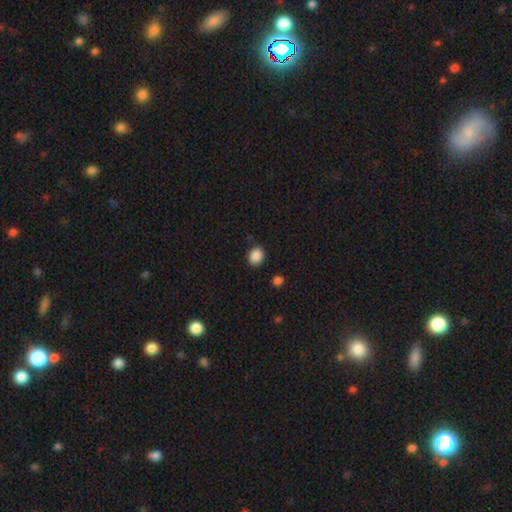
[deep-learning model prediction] Smooth or featured? smooth (88%)
How rounded? round (58%)
Merging? none (87%)